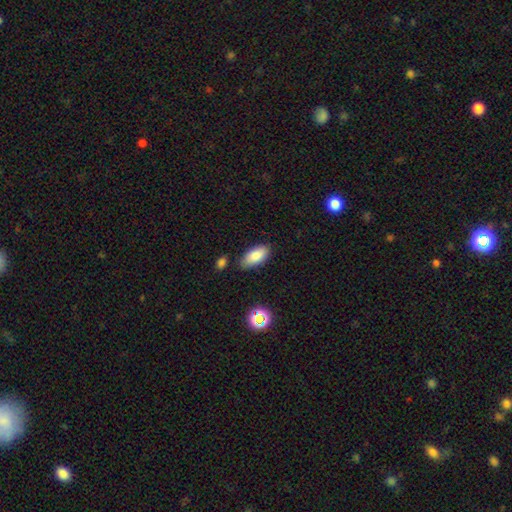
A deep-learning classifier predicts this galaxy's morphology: Overall: smooth (84%). How rounded: in between (91%). Merging: none (79%).